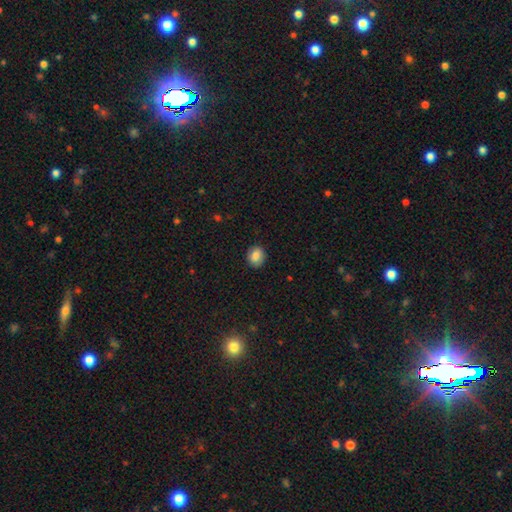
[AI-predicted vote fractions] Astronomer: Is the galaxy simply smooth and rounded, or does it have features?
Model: smooth — 83%.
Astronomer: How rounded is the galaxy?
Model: round — 63%.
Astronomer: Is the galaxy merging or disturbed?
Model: none — 88%.